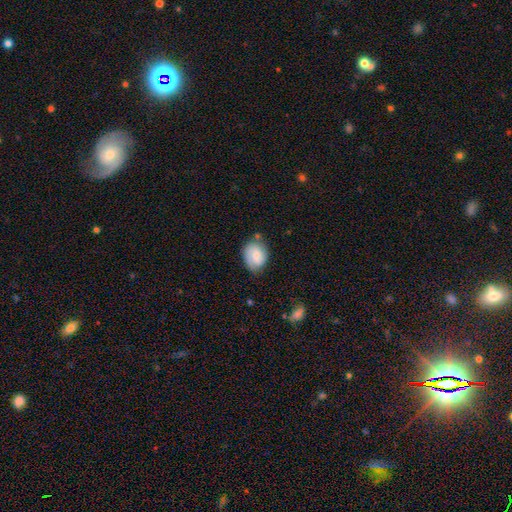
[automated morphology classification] smooth 48%, featured or disk 44%, star or artifact 7%. Down the decision tree: merging — none (66%).